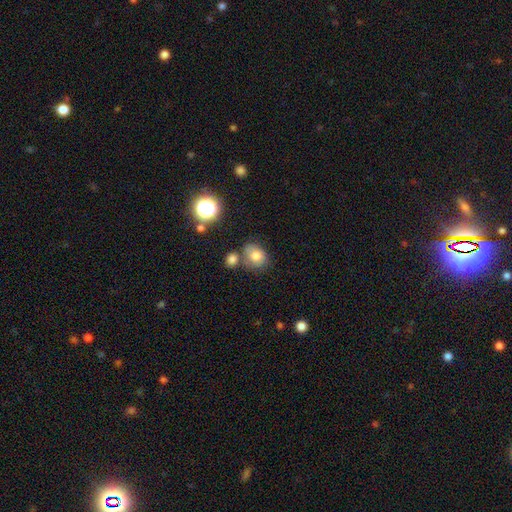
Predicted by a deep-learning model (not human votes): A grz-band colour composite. It shows a smooth galaxy with no disk features (77%) that is round (54%). Merging: none (61%).